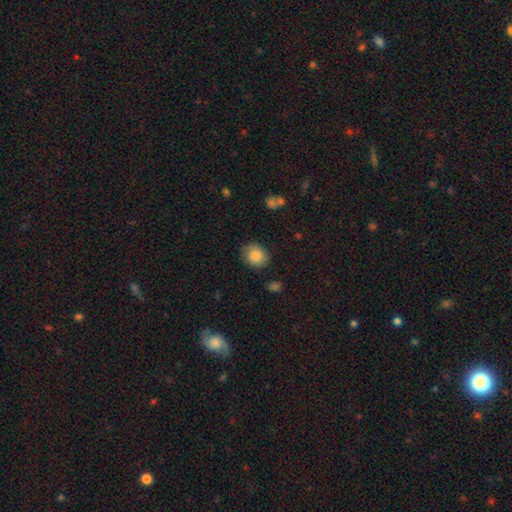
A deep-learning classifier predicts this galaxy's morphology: Smooth or featured: smooth — 86% (star or artifact — 8%)
How rounded: round — 60% (in between — 39%)
Merging: none — 80% (minor disturbance — 15%)